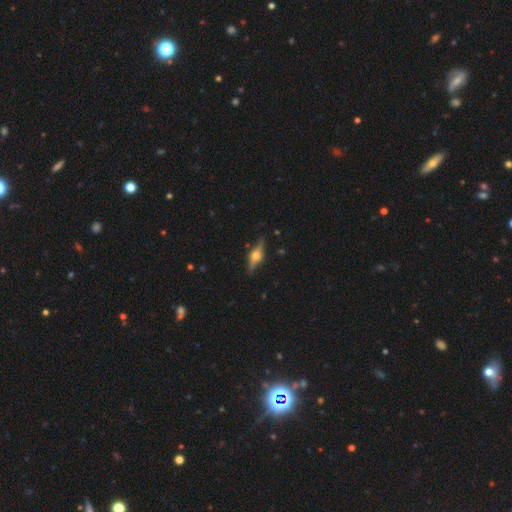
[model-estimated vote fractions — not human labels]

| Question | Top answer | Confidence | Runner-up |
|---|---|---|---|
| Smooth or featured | featured or disk | 78% | smooth (16%) |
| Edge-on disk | yes | 96% | no (4%) |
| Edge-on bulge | rounded | 93% | boxy (6%) |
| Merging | none | 85% | minor disturbance (11%) |